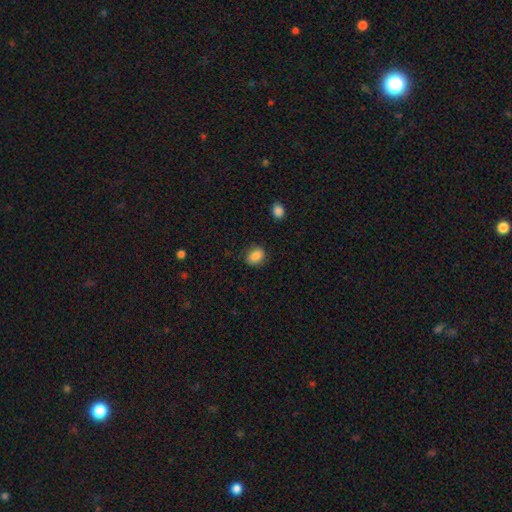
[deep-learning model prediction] Q: Smooth or featured?
A: smooth (85%); runner-up: star or artifact (9%)
Q: How rounded?
A: in between (54%); runner-up: round (45%)
Q: Merging?
A: none (79%); runner-up: minor disturbance (16%)